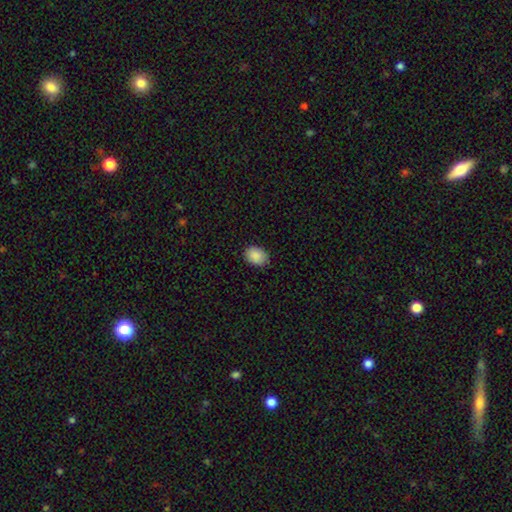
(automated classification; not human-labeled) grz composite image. It shows a smooth galaxy with no disk features (89%) that is in between round and cigar-shaped (69%). Merging: none (86%).